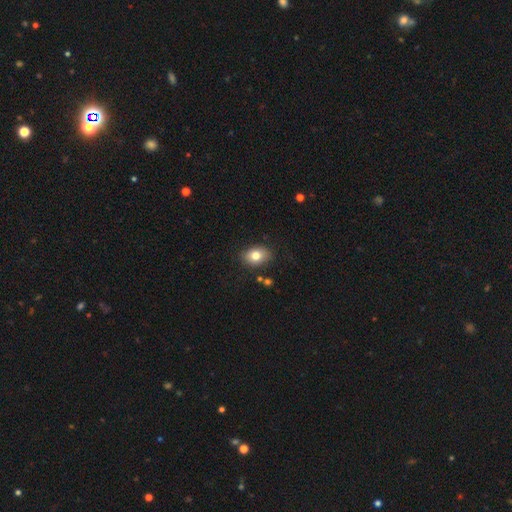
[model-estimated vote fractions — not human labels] smooth 78%, featured or disk 13%, star or artifact 9%. Down the decision tree: how rounded — in between (74%); merging — none (83%).